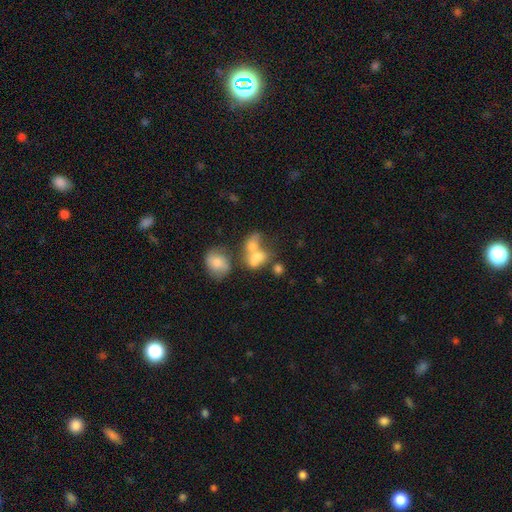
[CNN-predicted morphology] This is likely a smooth galaxy (65%). How rounded: likely in between (67%). Merging: possibly merger (60%).